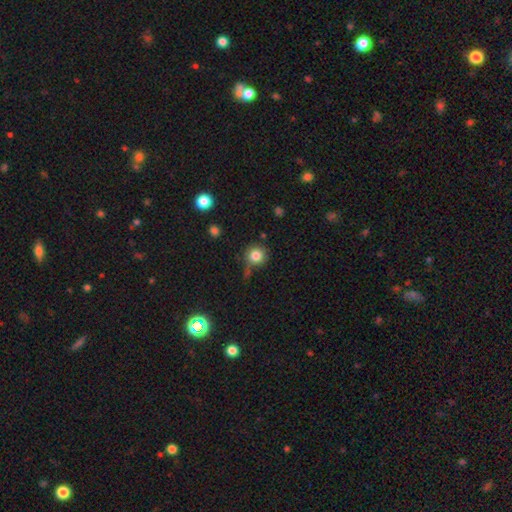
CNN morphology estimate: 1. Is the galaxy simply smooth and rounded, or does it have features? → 81% smooth, 12% star or artifact, 7% featured or disk.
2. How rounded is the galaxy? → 93% round, 6% in between, 1% cigar-shaped.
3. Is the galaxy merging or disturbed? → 74% none, 14% minor disturbance, 7% merger, 4% major disturbance.